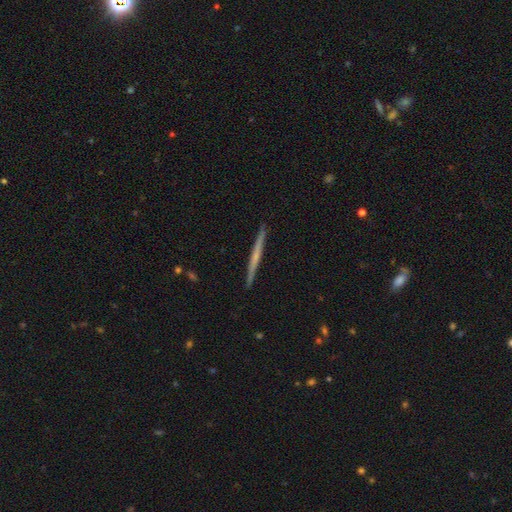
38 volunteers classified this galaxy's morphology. This appears to be a featured or disk galaxy (66%) viewed edge-on (100%) with no central bulge (92%). Merging: none (89%).